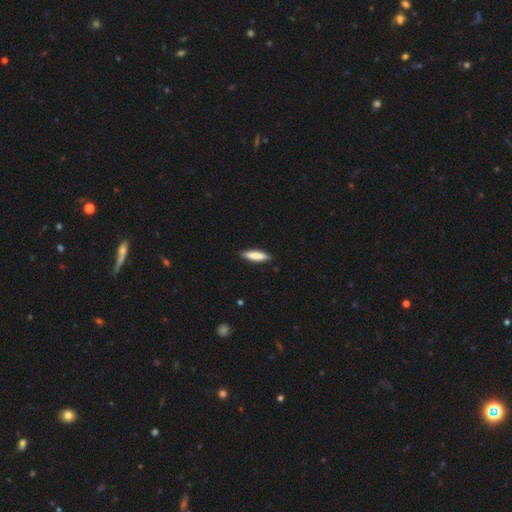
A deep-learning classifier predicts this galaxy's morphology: A smooth galaxy with no disk features (83%) that is cigar-shaped (71%). Merging: none (87%).